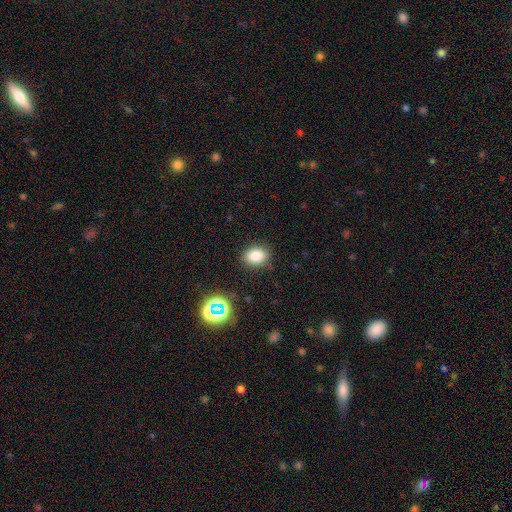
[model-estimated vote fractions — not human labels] Smooth or featured? smooth (81%)
How rounded? in between (59%)
Merging? none (85%)